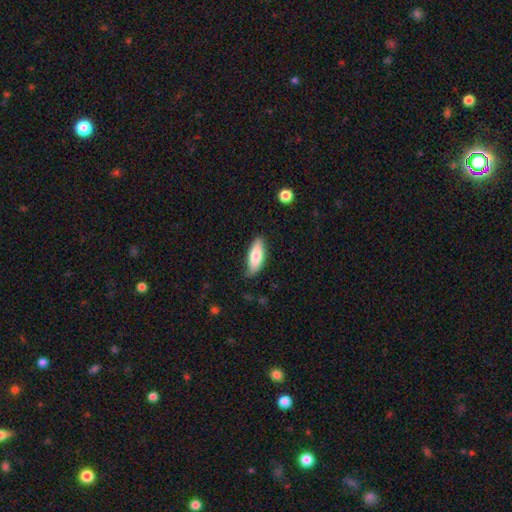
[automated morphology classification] smooth-or-featured: smooth: 79% | featured or disk: 15% | star or artifact: 6%
  how-rounded: in between: 73% | cigar-shaped: 25% | round: 2%
  merging: none: 78% | minor disturbance: 18% | major disturbance: 3% | merger: 1%